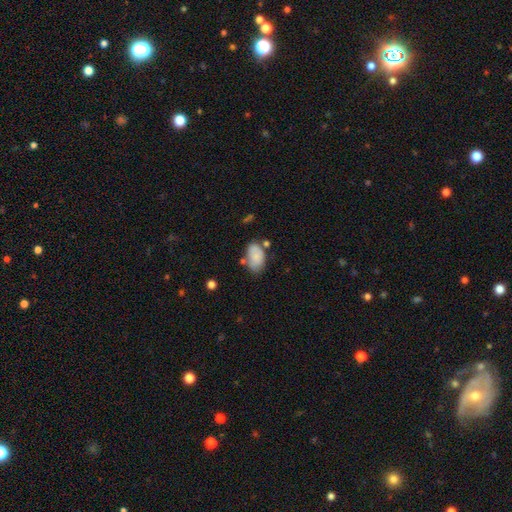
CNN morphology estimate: Overall: smooth (75%). How rounded: in between (91%). Merging: none (55%; minor disturbance 25%).